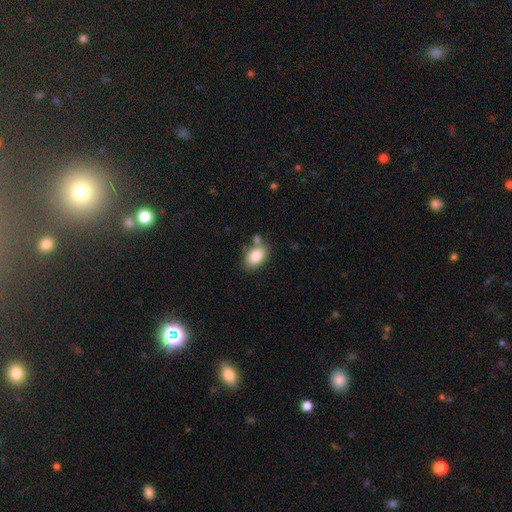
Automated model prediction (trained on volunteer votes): smooth-or-featured: smooth: 85% | star or artifact: 7% | featured or disk: 7%
  how-rounded: in between: 87% | round: 12% | cigar-shaped: 1%
  merging: none: 64% | minor disturbance: 16% | merger: 16% | major disturbance: 4%